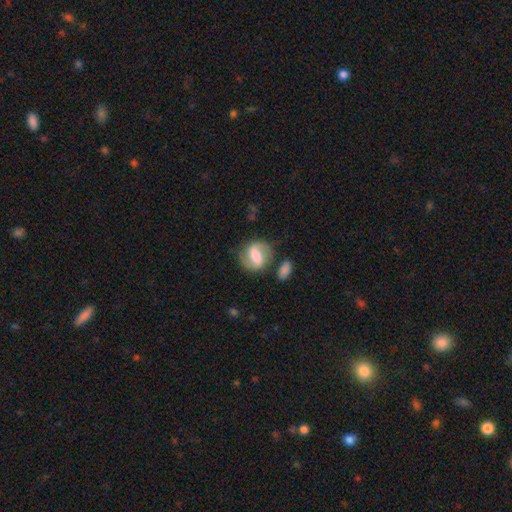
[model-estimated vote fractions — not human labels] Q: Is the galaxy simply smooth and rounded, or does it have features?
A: featured or disk — 52%.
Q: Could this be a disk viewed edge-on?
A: no — 95%.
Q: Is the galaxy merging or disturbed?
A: none — 69%.